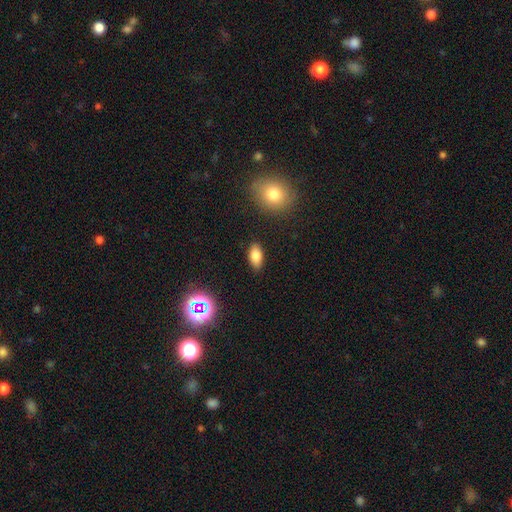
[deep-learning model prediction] Morphology: type=smooth (82%); roundness=in between (90%); merging=none (87%).